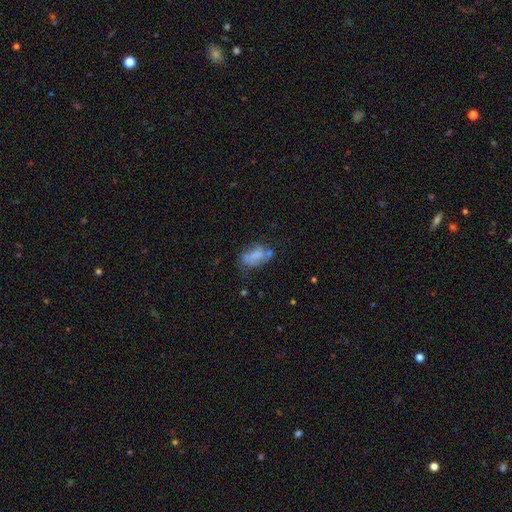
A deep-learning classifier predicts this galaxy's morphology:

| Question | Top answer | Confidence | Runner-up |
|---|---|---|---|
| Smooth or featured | smooth | 65% | featured or disk (24%) |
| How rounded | in between | 87% | round (8%) |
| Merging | none | 42% | minor disturbance (27%) |